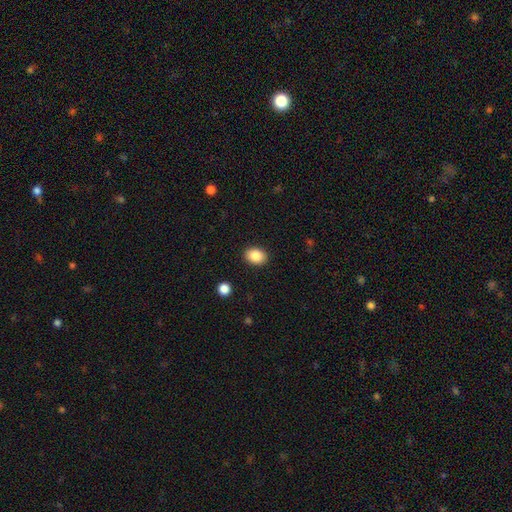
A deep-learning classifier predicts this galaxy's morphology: Overall: smooth (87%). How rounded: in between (65%; round 34%). Merging: none (90%).